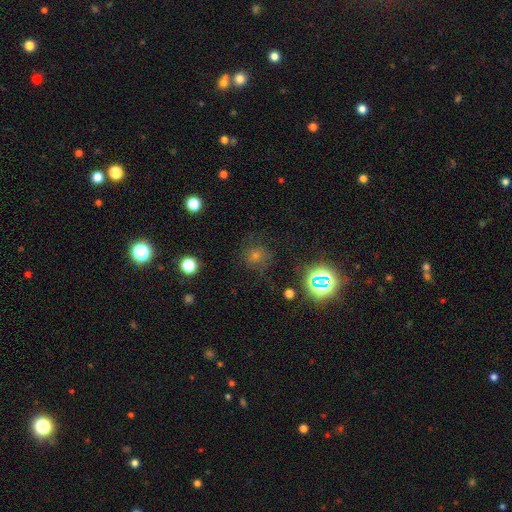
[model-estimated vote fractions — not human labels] This appears to be a smooth galaxy with no disk features (42%). Merging: none (74%).